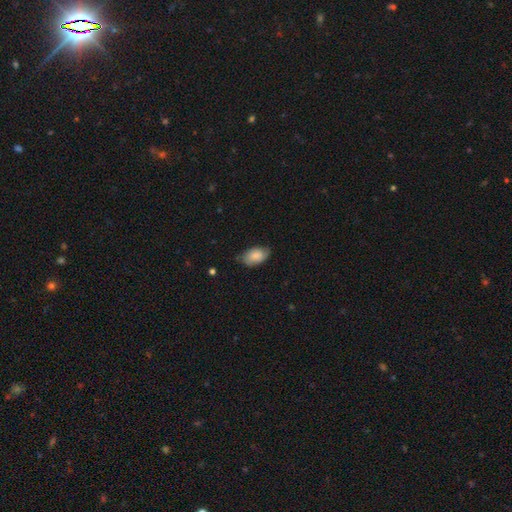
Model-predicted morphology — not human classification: This is likely a smooth galaxy (74%). How rounded: clearly in between (92%). Merging: likely none (68%).